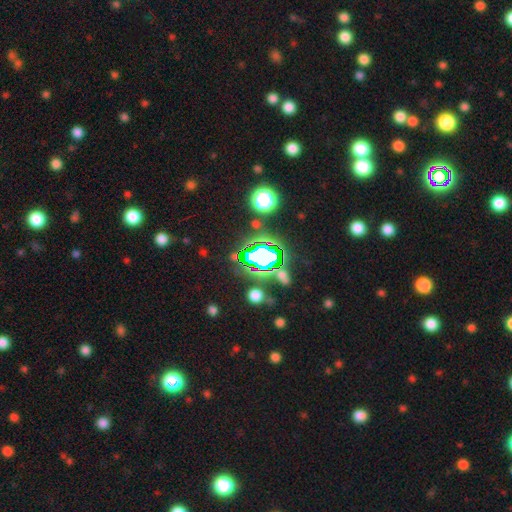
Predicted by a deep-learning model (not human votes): The model was most divided on "smooth or featured": star or artifact: 71%, smooth: 18%, featured or disk: 11%.